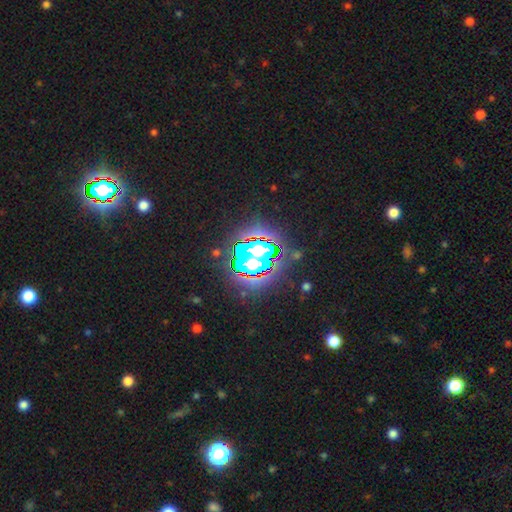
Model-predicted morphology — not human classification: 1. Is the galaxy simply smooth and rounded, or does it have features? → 70% star or artifact, 18% smooth, 12% featured or disk.